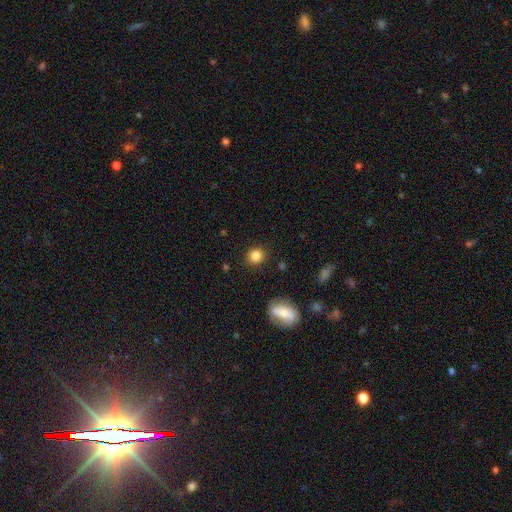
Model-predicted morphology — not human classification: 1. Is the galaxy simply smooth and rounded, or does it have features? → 84% smooth, 11% star or artifact, 5% featured or disk.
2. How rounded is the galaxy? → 84% round, 15% in between, 1% cigar-shaped.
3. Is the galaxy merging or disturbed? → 88% none, 8% minor disturbance, 2% major disturbance, 2% merger.